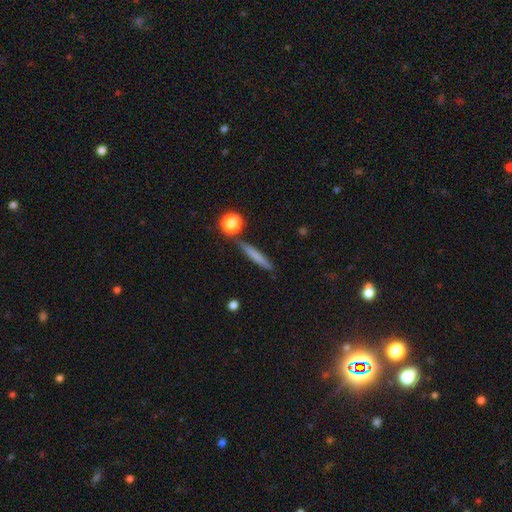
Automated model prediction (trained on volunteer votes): Smooth or featured: smooth — 69% (featured or disk — 23%)
How rounded: cigar-shaped — 90% (in between — 6%)
Merging: none — 83% (minor disturbance — 10%)